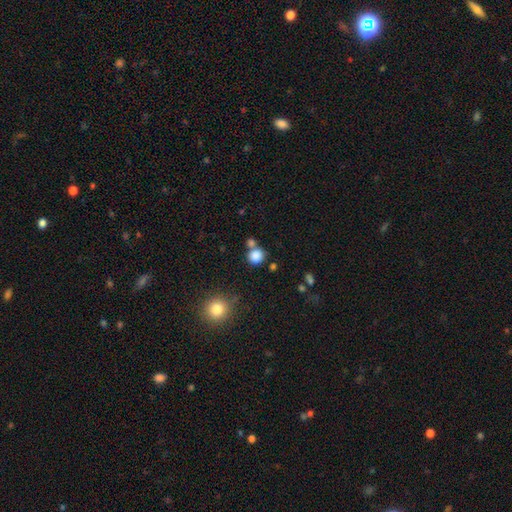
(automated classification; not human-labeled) Smooth or featured? Predicted: smooth (p=0.84). How rounded? Predicted: round (p=0.84). Merging? Predicted: none (p=0.64).